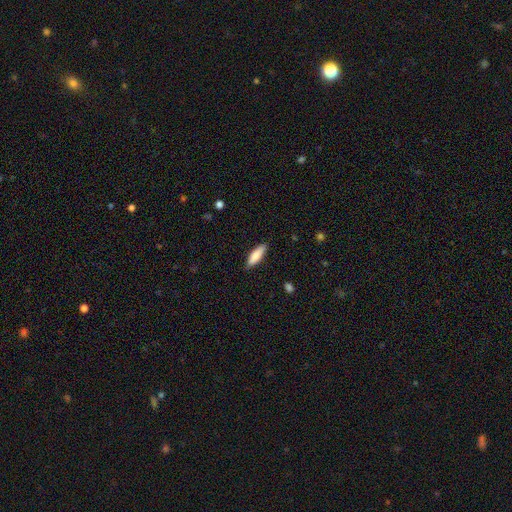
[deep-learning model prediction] Smooth or featured? Predicted: smooth (p=0.80). How rounded? Predicted: cigar-shaped (p=0.53). Merging? Predicted: none (p=0.87).